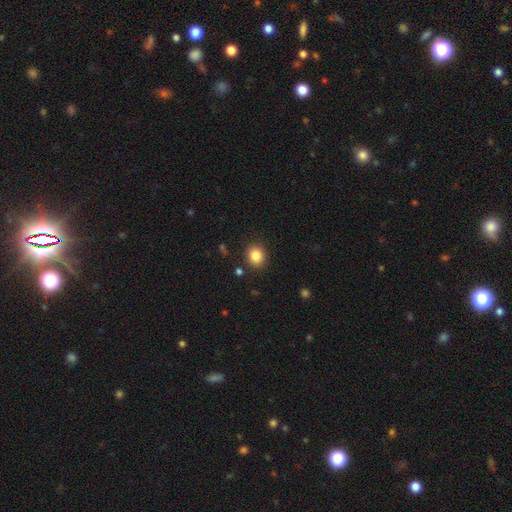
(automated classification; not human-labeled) smooth-or-featured: smooth: 85% | star or artifact: 10% | featured or disk: 5%
  how-rounded: round: 78% | in between: 21% | cigar-shaped: 1%
  merging: none: 88% | minor disturbance: 7% | major disturbance: 2% | merger: 2%